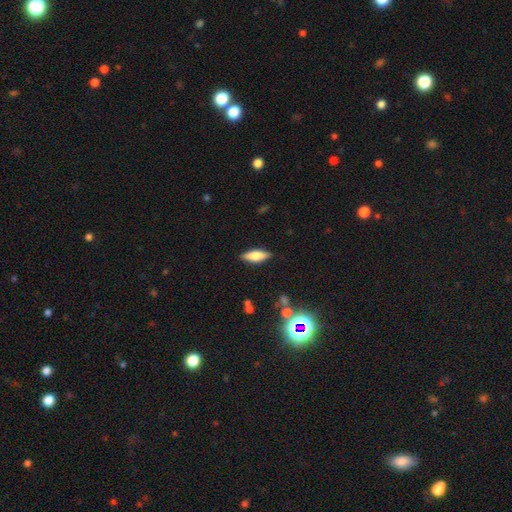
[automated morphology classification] This appears to be a smooth galaxy with no disk features (69%) that is in between round and cigar-shaped (59%). Merging: none (87%).